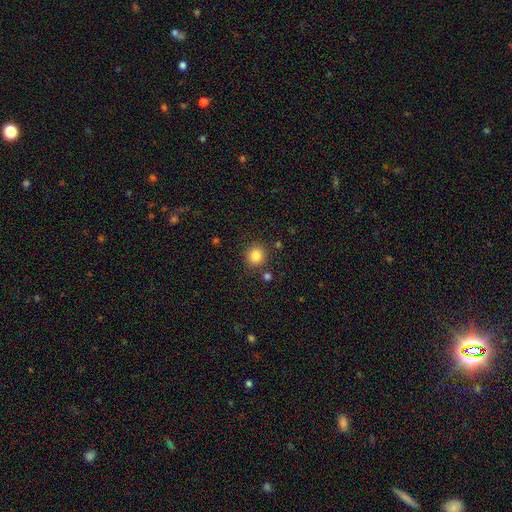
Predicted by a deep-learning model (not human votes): Smooth or featured? smooth (84%)
How rounded? round (90%)
Merging? none (86%)